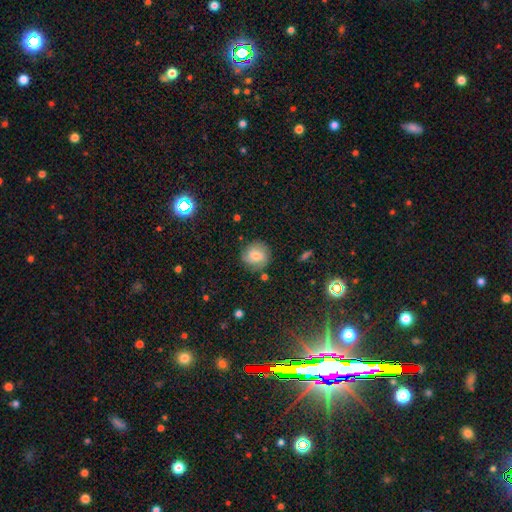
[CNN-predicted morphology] The model was most divided on "smooth or featured": smooth: 67%, featured or disk: 22%, star or artifact: 10%. More confident: how rounded — round (87%); merging — none (78%).